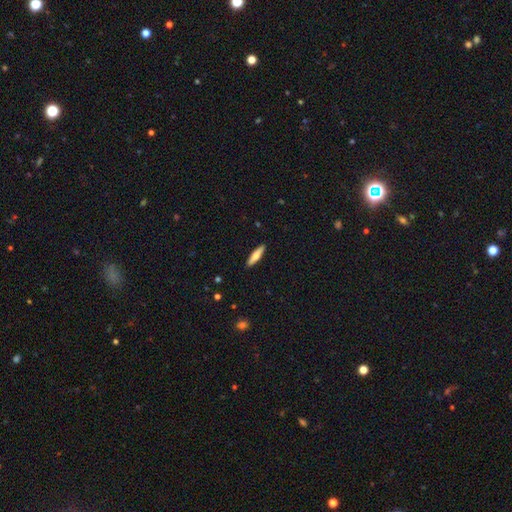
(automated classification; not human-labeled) Smooth or featured? Predicted: smooth (p=0.62). How rounded? Predicted: cigar-shaped (p=0.75). Merging? Predicted: none (p=0.91).